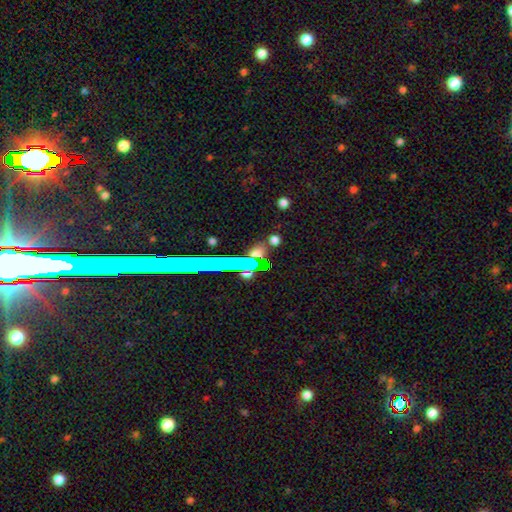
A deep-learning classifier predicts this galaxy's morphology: A smooth galaxy with no disk features (47%). Merging: none (77%).